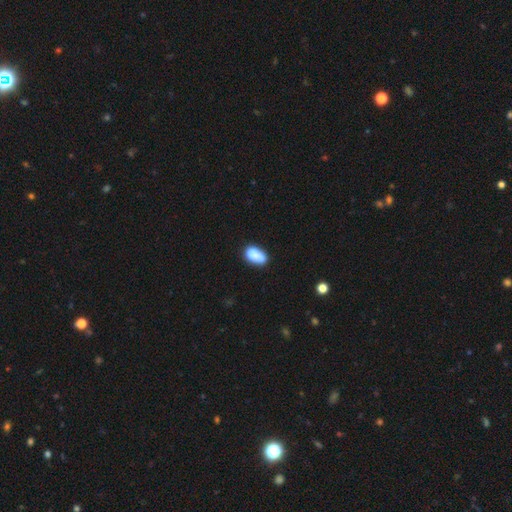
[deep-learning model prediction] Overall: smooth (81%). How rounded: in between (91%). Merging: none (63%).